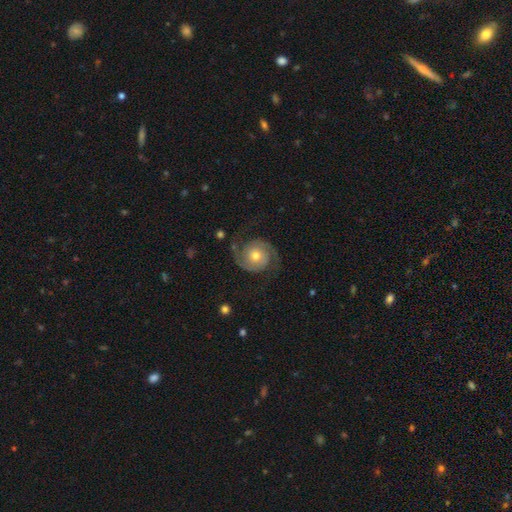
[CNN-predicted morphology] Smooth or featured? featured or disk (89%)
Edge-on disk? no (98%)
Bar? no (78%)
Spiral arms? yes (98%)
Spiral winding? medium (47%)
Spiral arm count? 2 (94%)
Bulge size? moderate (62%)
Merging? none (81%)